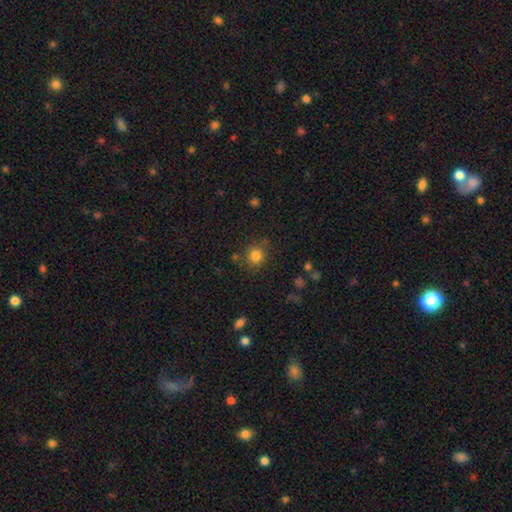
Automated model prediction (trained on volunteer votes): Smooth or featured? smooth (82%)
How rounded? round (86%)
Merging? none (79%)